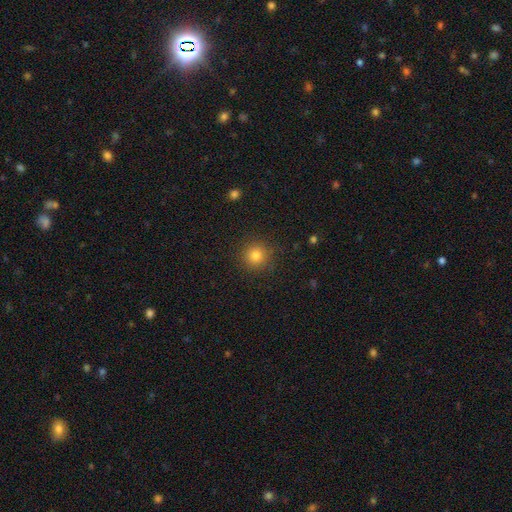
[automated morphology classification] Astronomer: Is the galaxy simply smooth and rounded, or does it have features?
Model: smooth — 81%.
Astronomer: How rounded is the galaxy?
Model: round — 94%.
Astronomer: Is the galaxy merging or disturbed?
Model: none — 90%.